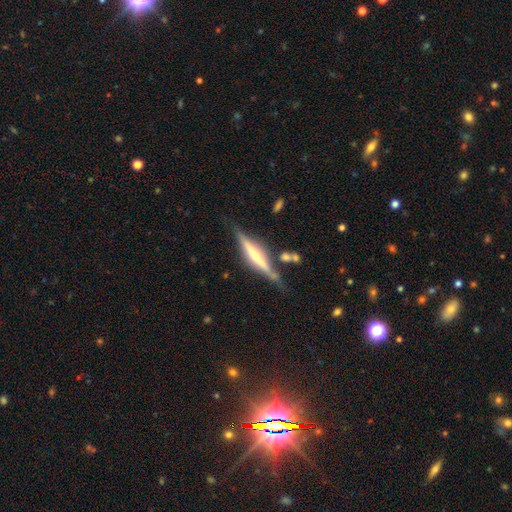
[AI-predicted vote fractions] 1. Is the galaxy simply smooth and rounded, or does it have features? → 70% featured or disk, 24% smooth, 6% star or artifact.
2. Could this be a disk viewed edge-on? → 95% yes, 5% no.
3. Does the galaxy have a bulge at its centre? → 46% rounded, 29% none, 26% boxy.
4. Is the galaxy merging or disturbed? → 72% none, 17% minor disturbance, 6% merger, 5% major disturbance.